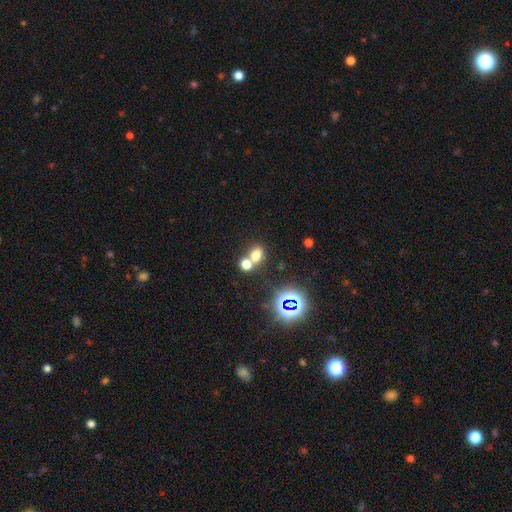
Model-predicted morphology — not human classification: A smooth galaxy with no disk features (67%) that is round (49%, tied with in between).

Vote fractions:
- Smooth or featured? smooth: 67% / star or artifact: 23% / featured or disk: 11%
- How rounded? round: 49% (tied) / in between: 49% (tied) / cigar-shaped: 1%
- Merging? none: 44% (tied) / merger: 44% (tied) / minor disturbance: 8% / major disturbance: 4%